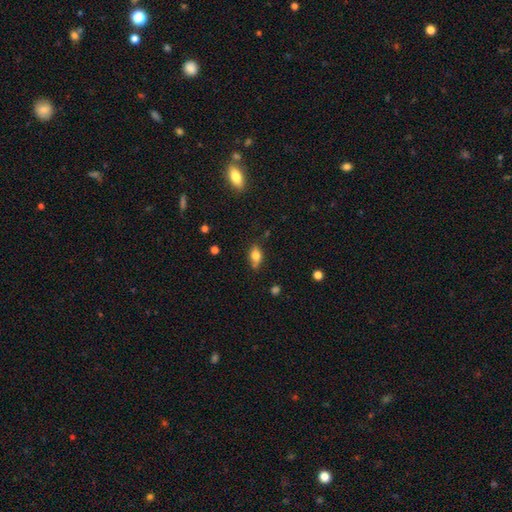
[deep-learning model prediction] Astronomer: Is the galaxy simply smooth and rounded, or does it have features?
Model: smooth — 74%.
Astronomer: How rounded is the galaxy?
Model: in between — 80%.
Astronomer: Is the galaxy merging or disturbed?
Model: none — 66%.